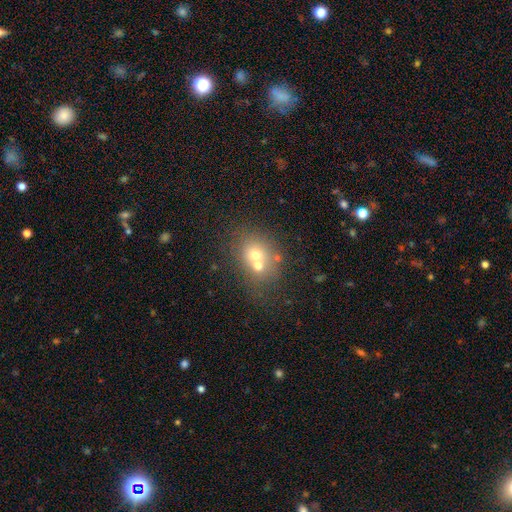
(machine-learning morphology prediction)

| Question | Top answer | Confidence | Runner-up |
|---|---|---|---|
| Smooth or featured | smooth | 62% | featured or disk (23%) |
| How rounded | round | 69% | in between (31%) |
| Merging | merger | 49% | none (39%) |